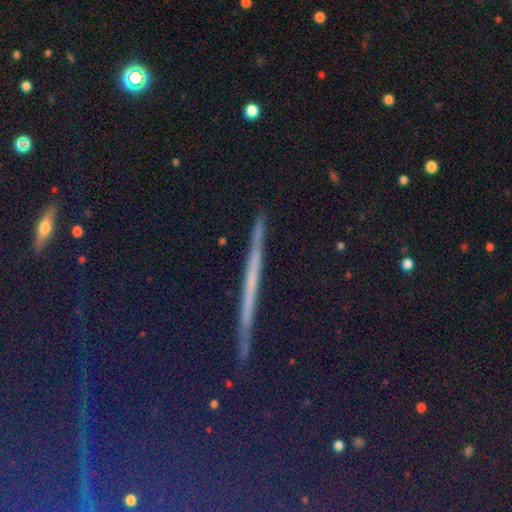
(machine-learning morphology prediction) A featured or disk galaxy (37%). Merging: none (89%).